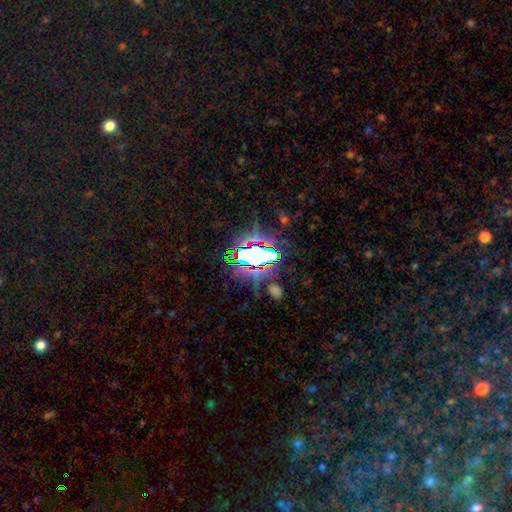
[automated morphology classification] smooth_or_featured: star or artifact (p=0.56) [alt: featured or disk p=0.23]